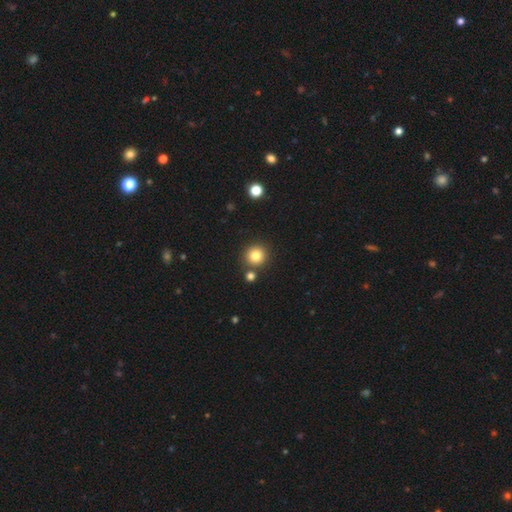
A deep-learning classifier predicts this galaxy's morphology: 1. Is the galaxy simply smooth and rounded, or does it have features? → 83% smooth, 11% star or artifact, 6% featured or disk.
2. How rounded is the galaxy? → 93% round, 6% in between, 1% cigar-shaped.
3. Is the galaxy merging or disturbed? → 82% none, 9% merger, 7% minor disturbance, 2% major disturbance.